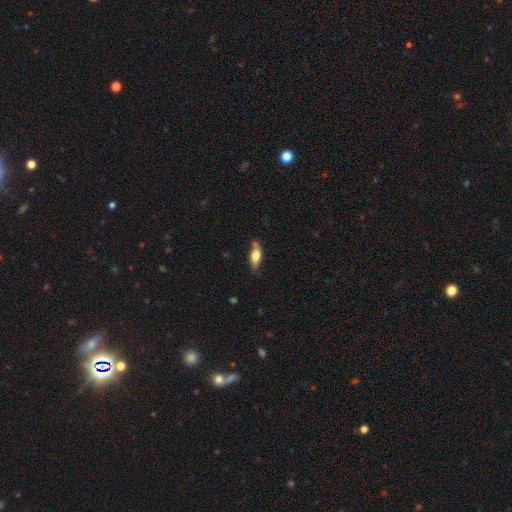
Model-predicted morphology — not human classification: The model was most divided on "how rounded": in between: 64%, cigar-shaped: 33%, round: 3%. More confident: merging — none (68%); smooth or featured — smooth (65%).